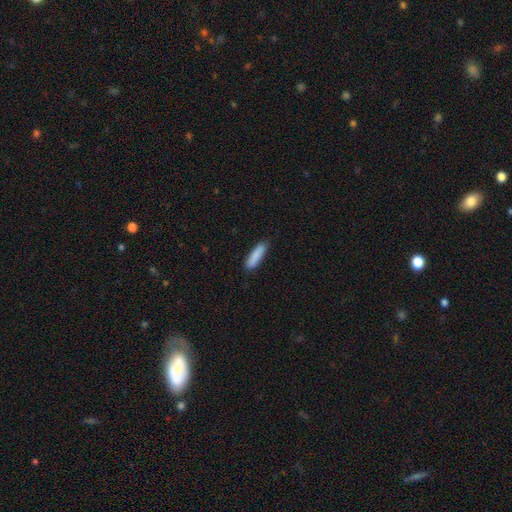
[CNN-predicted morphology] A smooth galaxy with no disk features (87%) that is cigar-shaped (74%). Merging: none (85%).